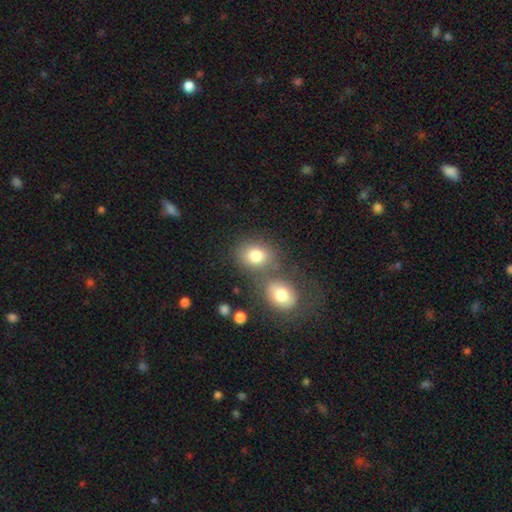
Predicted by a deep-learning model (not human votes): smooth_or_featured: smooth (p=0.80) [alt: star or artifact p=0.11]
how_rounded: round (p=0.54) [alt: in between p=0.45]
merging: none (p=0.52) [alt: merger p=0.33]